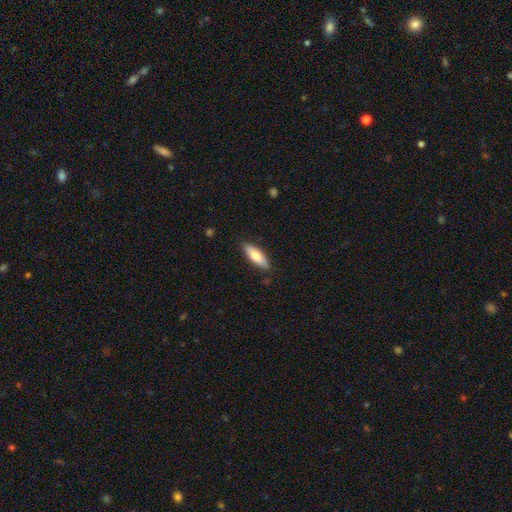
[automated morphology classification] A smooth galaxy with no disk features (74%) that is in between round and cigar-shaped (56%).

Vote fractions:
- Smooth or featured? smooth: 74% / featured or disk: 20% / star or artifact: 6%
- How rounded? in between: 56% / cigar-shaped: 42% / round: 2%
- Merging? none: 86% / minor disturbance: 11% / major disturbance: 2% / merger: 1%